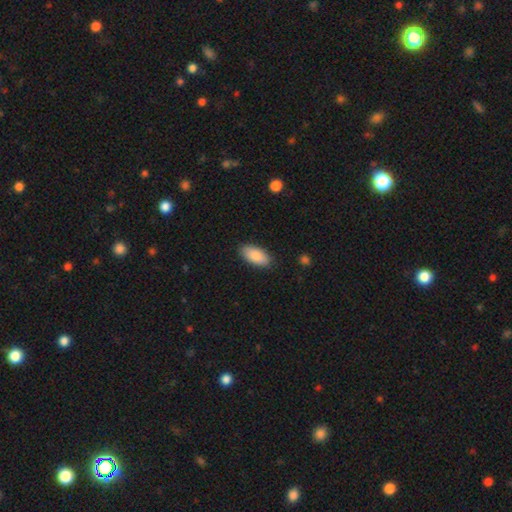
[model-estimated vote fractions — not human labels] This appears to be a smooth galaxy with no disk features (87%) that is in between round and cigar-shaped (92%). Merging: none (86%).